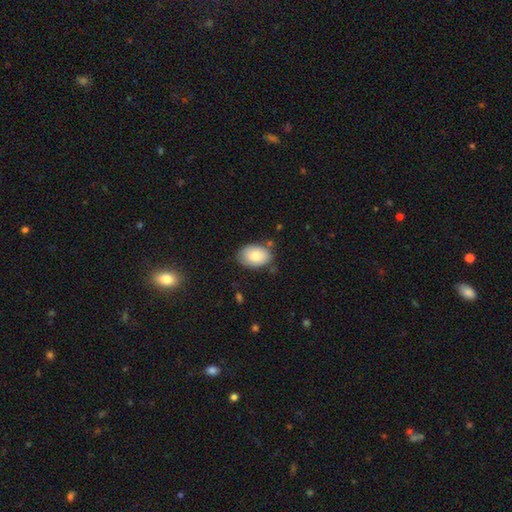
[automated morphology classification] Overall: smooth (79%). How rounded: in between (85%). Merging: none (74%).